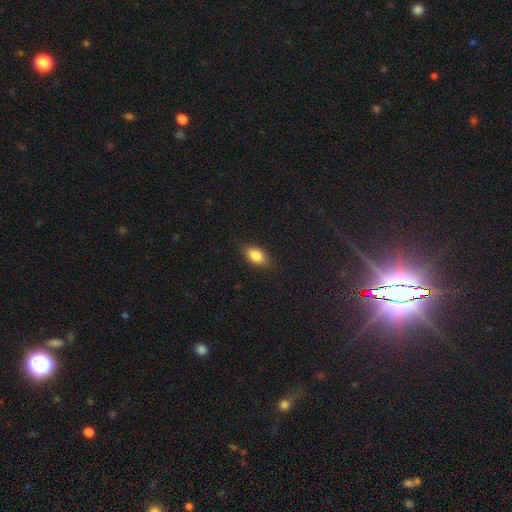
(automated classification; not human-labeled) smooth_or_featured: smooth (p=0.83) [alt: star or artifact p=0.08]
how_rounded: in between (p=0.86) [alt: round p=0.10]
merging: none (p=0.83) [alt: minor disturbance p=0.13]